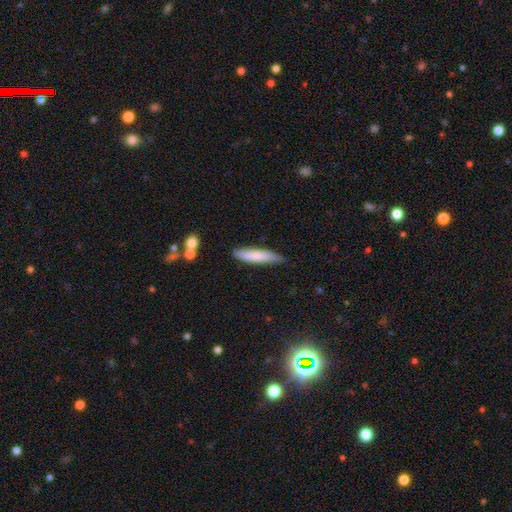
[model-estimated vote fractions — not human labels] This appears to be a smooth galaxy with no disk features (76%) that is cigar-shaped (83%). Merging: none (78%).